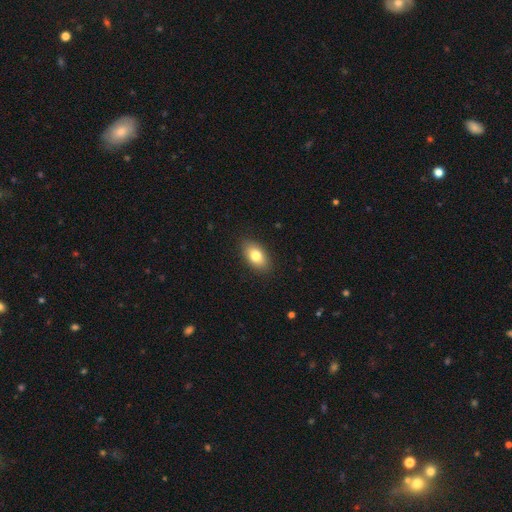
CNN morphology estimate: Smooth or featured?
  - smooth: 79% *
  - featured or disk: 13%
  - star or artifact: 8%
How rounded?
  - in between: 91% *
  - round: 7%
  - cigar-shaped: 2%
Merging?
  - none: 88% *
  - minor disturbance: 9%
  - major disturbance: 2%
  - merger: 1%